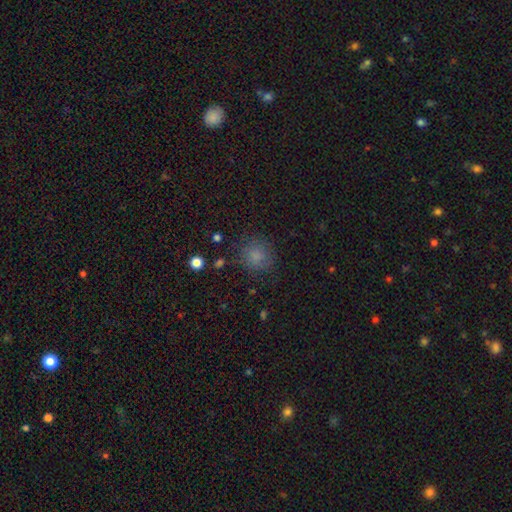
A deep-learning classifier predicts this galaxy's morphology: Overall: smooth (81%). How rounded: round (87%). Merging: none (81%).